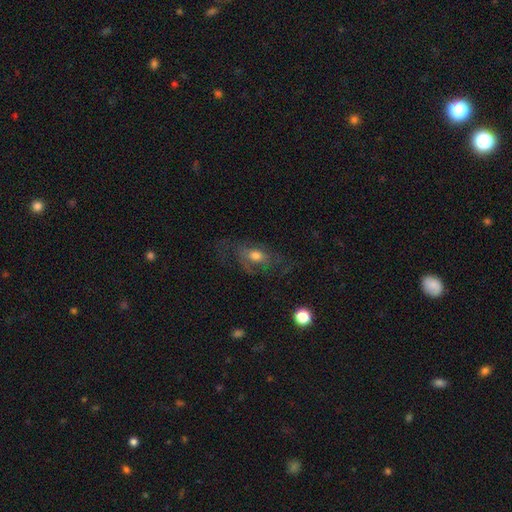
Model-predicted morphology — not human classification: Smooth or featured: featured or disk — 50% (smooth — 39%)
Merging: none — 48% (major disturbance — 29%)